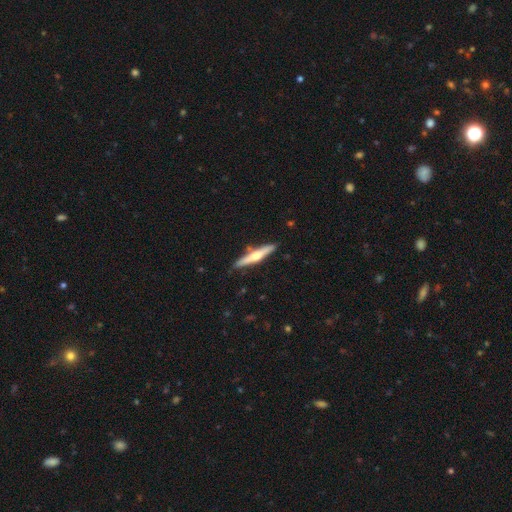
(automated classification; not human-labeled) Morphology: type=featured or disk (57%); edge-on=yes (96%); edge-on bulge=rounded (89%); merging=none (85%).